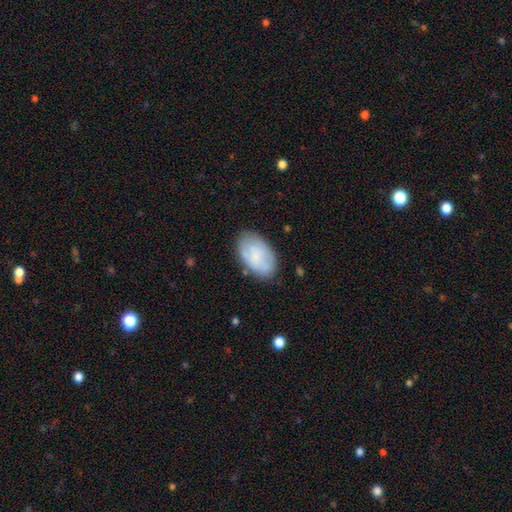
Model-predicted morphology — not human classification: Smooth or featured? Predicted: smooth (p=0.69). How rounded? Predicted: in between (p=0.92). Merging? Predicted: none (p=0.77).